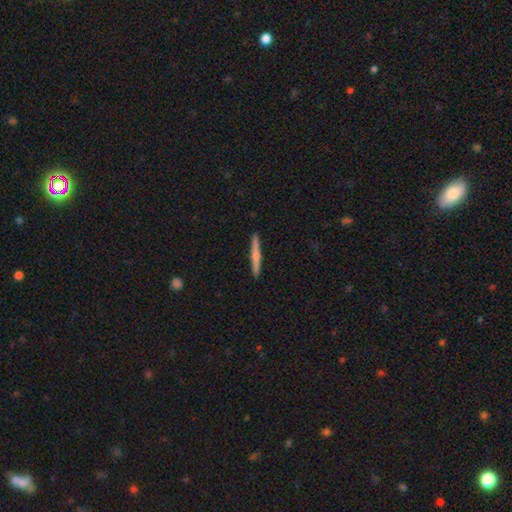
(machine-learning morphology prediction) smooth 50%, featured or disk 44%, star or artifact 6%. Down the decision tree: how rounded — cigar-shaped (95%); merging — none (92%).